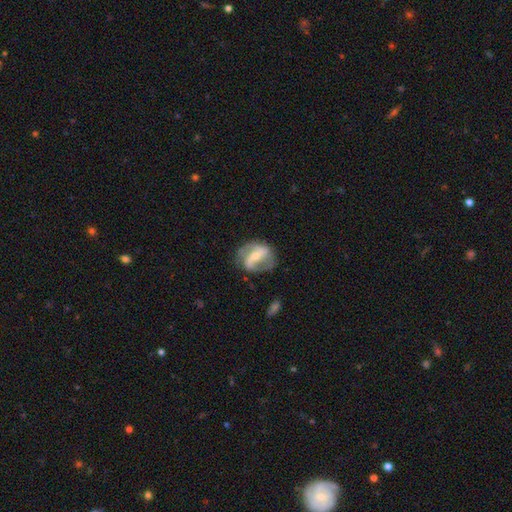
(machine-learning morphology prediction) smooth-or-featured: featured or disk: 80% | smooth: 15% | star or artifact: 6%
  disk-edge-on: no: 96% | yes: 4%
    bar: strong: 44% | weak: 37% | no: 20%
    has-spiral-arms: yes: 90% | no: 10%
      spiral-winding: loose: 48% | medium: 38% | tight: 15%
      spiral-arm-count: 2: 84% | can't tell: 6% | 1: 4% | 3: 3% | 4: 1% | more than 4: 1%
    bulge-size: small: 52% | moderate: 41% | none: 4% | large: 2% | dominant: 1%
  merging: none: 66% | minor disturbance: 21% | major disturbance: 11% | merger: 2%